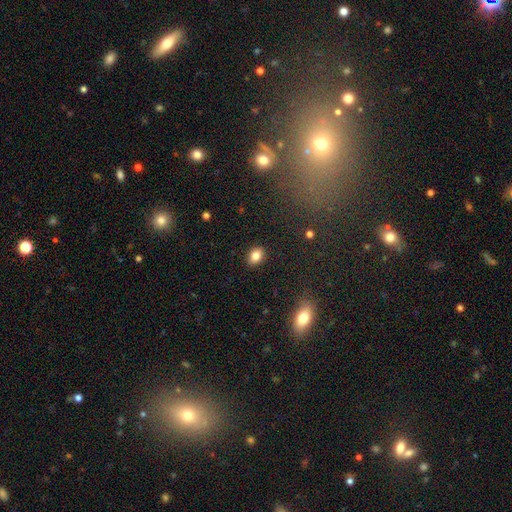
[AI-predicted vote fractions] A smooth galaxy with no disk features (84%) that is in between round and cigar-shaped (70%). Merging: none (89%).